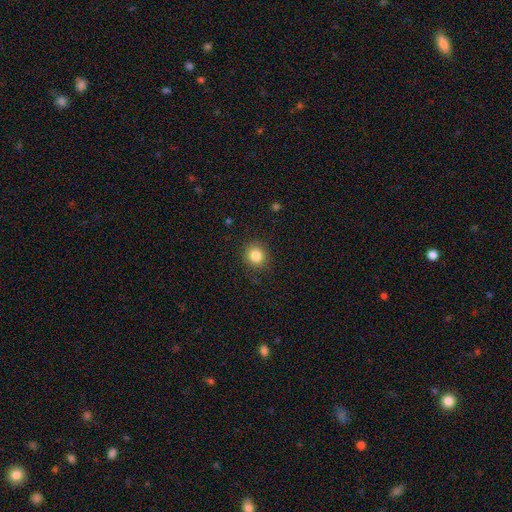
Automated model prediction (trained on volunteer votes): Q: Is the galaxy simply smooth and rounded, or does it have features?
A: smooth — 84%.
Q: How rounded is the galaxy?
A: round — 85%.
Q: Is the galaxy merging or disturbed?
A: none — 88%.